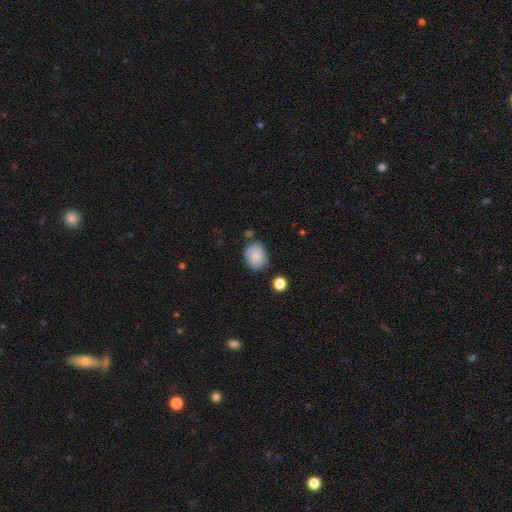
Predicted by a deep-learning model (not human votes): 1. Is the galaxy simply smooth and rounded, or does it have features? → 85% smooth, 8% star or artifact, 7% featured or disk.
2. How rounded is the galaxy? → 51% in between, 48% round, 1% cigar-shaped.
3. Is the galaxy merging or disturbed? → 73% none, 18% minor disturbance, 5% merger, 4% major disturbance.